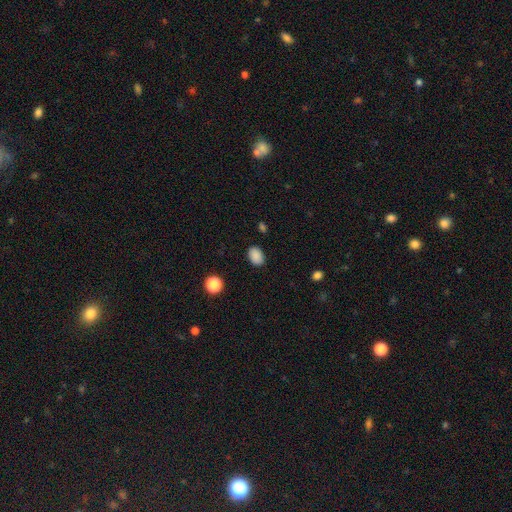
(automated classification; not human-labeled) Q: Smooth or featured?
A: smooth (88%); runner-up: star or artifact (9%)
Q: How rounded?
A: in between (79%); runner-up: round (20%)
Q: Merging?
A: none (87%); runner-up: minor disturbance (9%)